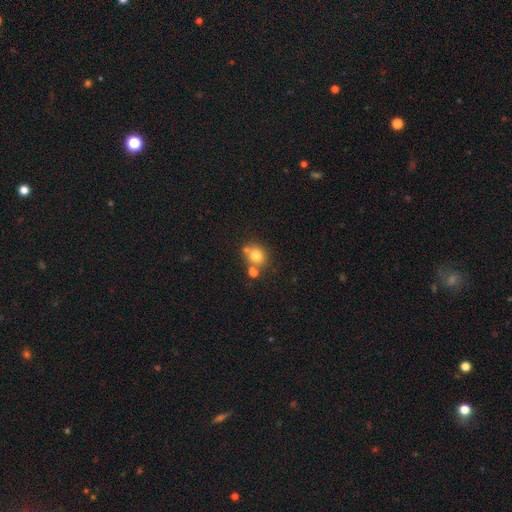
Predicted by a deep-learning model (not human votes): Smooth or featured? Predicted: smooth (p=0.76). How rounded? Predicted: round (p=0.76). Merging? Predicted: none (p=0.57).